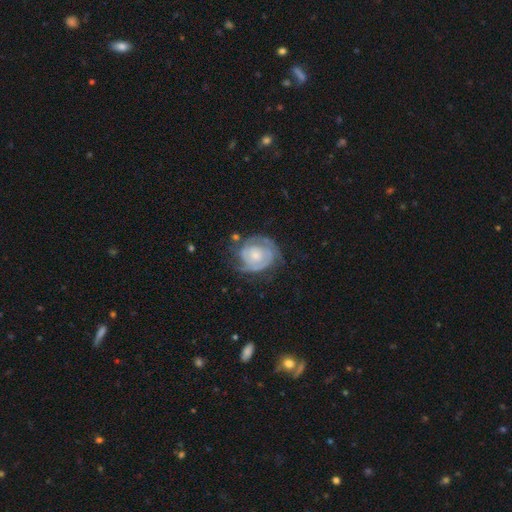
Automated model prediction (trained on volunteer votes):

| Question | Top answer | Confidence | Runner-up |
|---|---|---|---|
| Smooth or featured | featured or disk | 84% | smooth (11%) |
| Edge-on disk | no | 98% | yes (2%) |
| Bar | no | 73% | weak (22%) |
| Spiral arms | yes | 94% | no (6%) |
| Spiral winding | tight | 71% | medium (23%) |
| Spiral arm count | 2 | 54% | can't tell (20%) |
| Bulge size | small | 46% | moderate (39%) |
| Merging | none | 65% | minor disturbance (22%) |